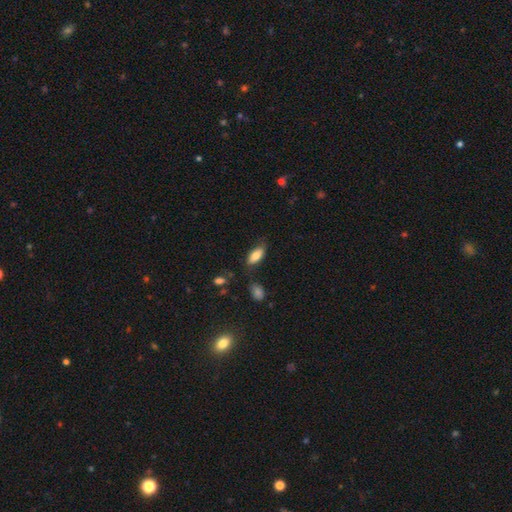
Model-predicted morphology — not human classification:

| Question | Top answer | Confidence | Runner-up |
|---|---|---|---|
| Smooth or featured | smooth | 78% | featured or disk (15%) |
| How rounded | in between | 84% | cigar-shaped (14%) |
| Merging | none | 72% | minor disturbance (19%) |